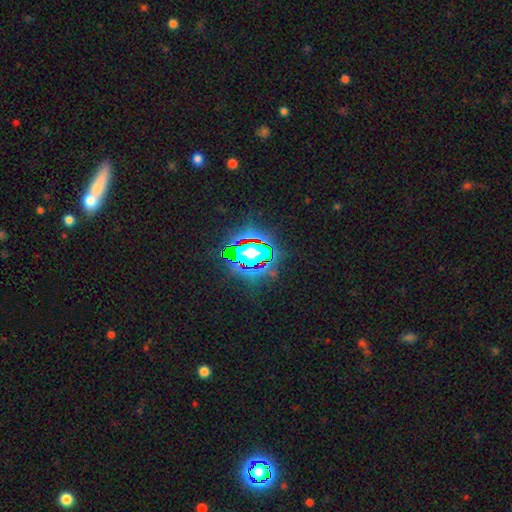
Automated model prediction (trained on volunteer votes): Q: Smooth or featured?
A: star or artifact (82%); runner-up: smooth (10%)